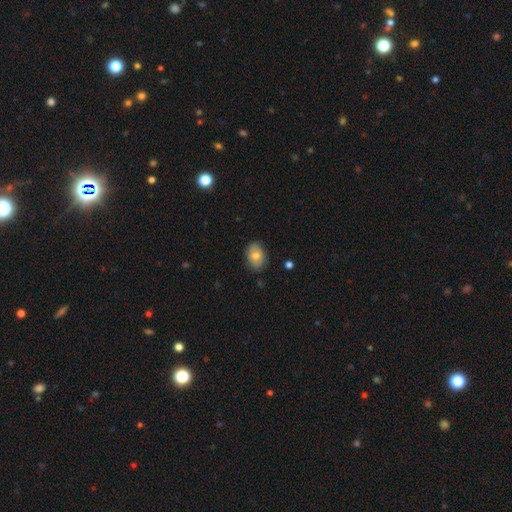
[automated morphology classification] type=smooth (74%); roundness=in between (80%); merging=none (83%).